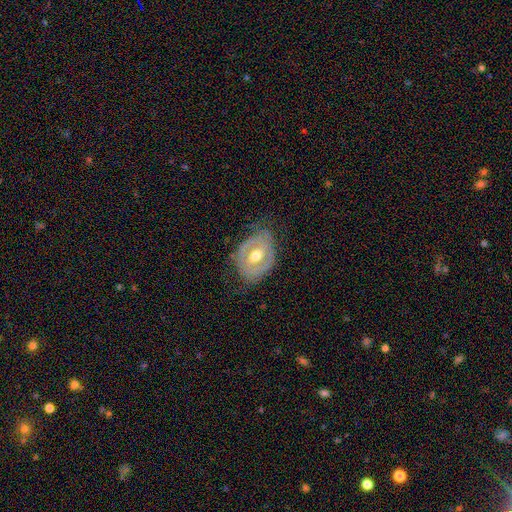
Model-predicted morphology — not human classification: Smooth or featured? Predicted: featured or disk (p=0.69). Edge-on disk? Predicted: no (p=0.94). Bar? Predicted: no (p=0.42). Spiral arms? Predicted: no (p=0.55). Bulge size? Predicted: moderate (p=0.78). Merging? Predicted: none (p=0.65).